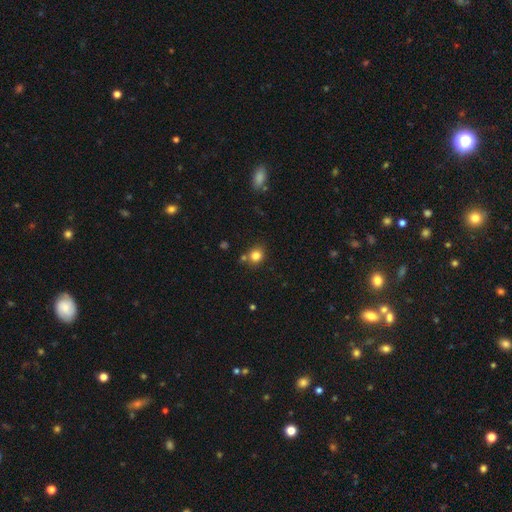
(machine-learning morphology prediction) smooth-or-featured: smooth: 82% | star or artifact: 12% | featured or disk: 6%
  how-rounded: round: 80% | in between: 19% | cigar-shaped: 1%
  merging: none: 73% | merger: 12% | minor disturbance: 12% | major disturbance: 3%